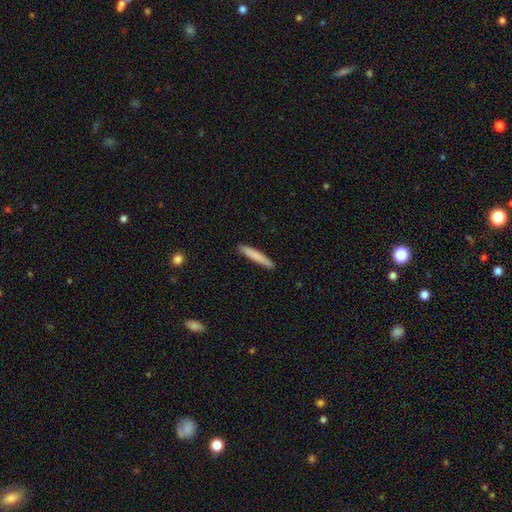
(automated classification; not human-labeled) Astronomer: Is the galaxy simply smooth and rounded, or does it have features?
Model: smooth — 81%.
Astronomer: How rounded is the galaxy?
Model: cigar-shaped — 95%.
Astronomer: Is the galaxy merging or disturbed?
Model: none — 89%.